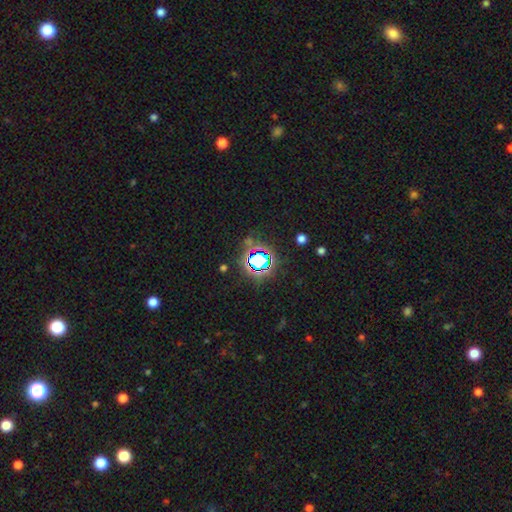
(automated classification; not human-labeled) Smooth or featured?
  - star or artifact: 71% *
  - smooth: 19%
  - featured or disk: 11%